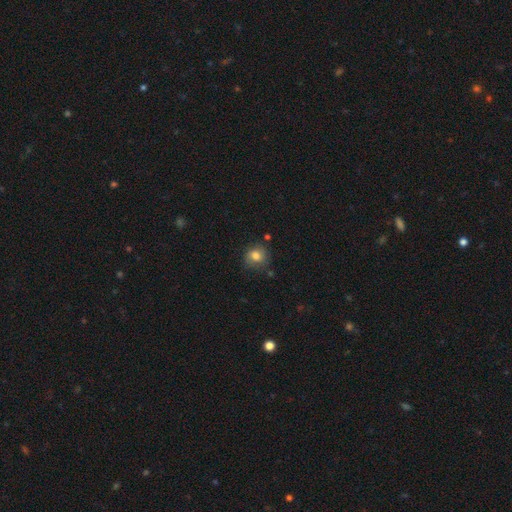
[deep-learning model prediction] This appears to be a smooth galaxy with no disk features (75%) that is round (77%). Merging: none (70%).